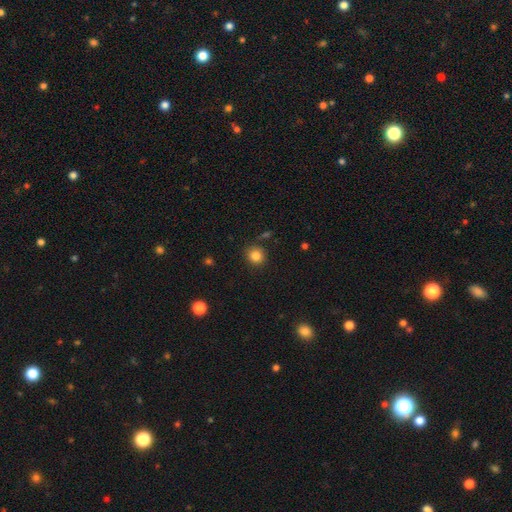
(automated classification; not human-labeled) The model was most divided on "smooth or featured": smooth: 84%, star or artifact: 11%, featured or disk: 5%. More confident: how rounded — round (89%); merging — none (85%).